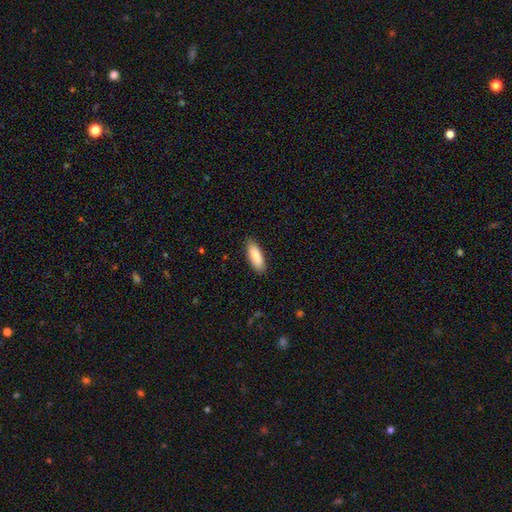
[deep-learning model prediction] Smooth or featured? Predicted: smooth (p=0.87). How rounded? Predicted: in between (p=0.66). Merging? Predicted: none (p=0.87).